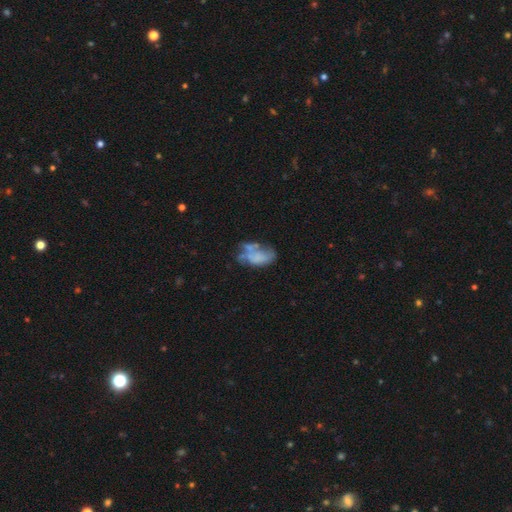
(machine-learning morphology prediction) A smooth galaxy with no disk features (46%). Merging: none (29%).